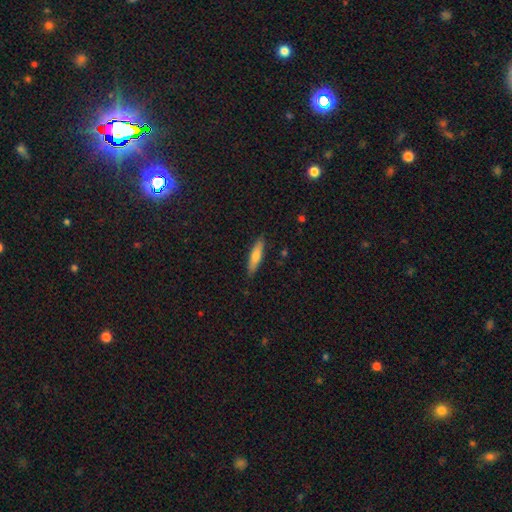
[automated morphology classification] smooth-or-featured: smooth: 66% | featured or disk: 28% | star or artifact: 6%
  how-rounded: cigar-shaped: 76% | in between: 22% | round: 2%
  merging: none: 87% | minor disturbance: 10% | major disturbance: 2% | merger: 1%